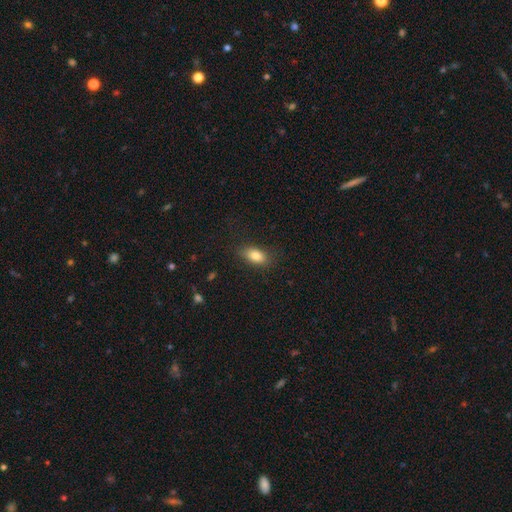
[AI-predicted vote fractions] A smooth galaxy with no disk features (83%) that is in between round and cigar-shaped (86%).

Vote fractions:
- Smooth or featured? smooth: 83% / featured or disk: 9% / star or artifact: 9%
- How rounded? in between: 86% / round: 8% / cigar-shaped: 6%
- Merging? none: 79% / minor disturbance: 15% / major disturbance: 4% / merger: 1%